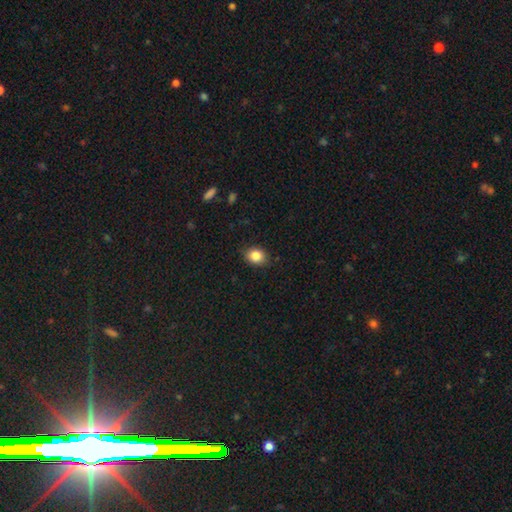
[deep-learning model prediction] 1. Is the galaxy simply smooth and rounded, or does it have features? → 85% smooth, 9% star or artifact, 5% featured or disk.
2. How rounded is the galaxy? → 50% round, 49% in between, 1% cigar-shaped.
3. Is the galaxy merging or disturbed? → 85% none, 11% minor disturbance, 2% major disturbance, 1% merger.